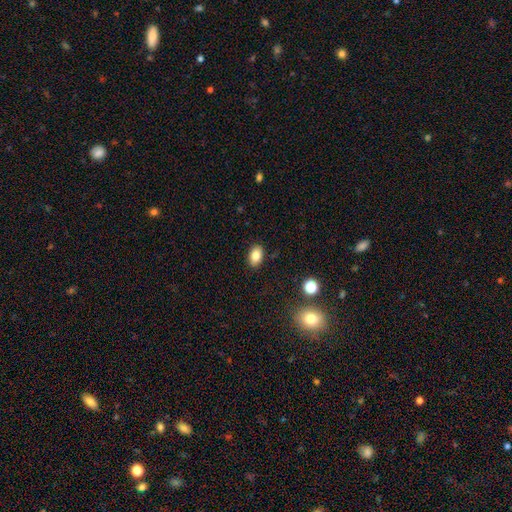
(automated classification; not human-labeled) Q: Smooth or featured?
A: smooth (82%); runner-up: star or artifact (9%)
Q: How rounded?
A: in between (88%); runner-up: round (10%)
Q: Merging?
A: none (89%); runner-up: minor disturbance (8%)